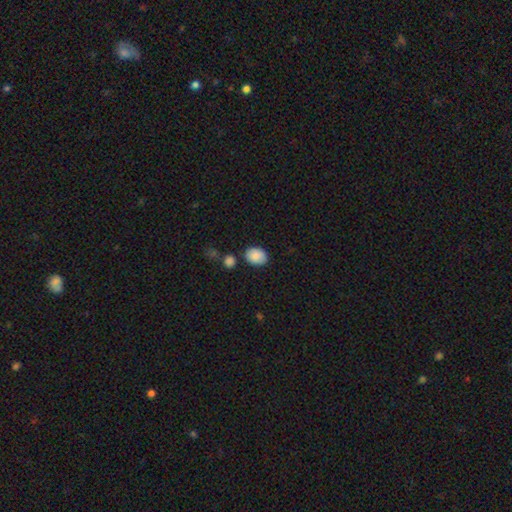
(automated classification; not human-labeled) This appears to be a smooth galaxy with no disk features (86%) that is in between round and cigar-shaped (70%). Merging: none (78%).